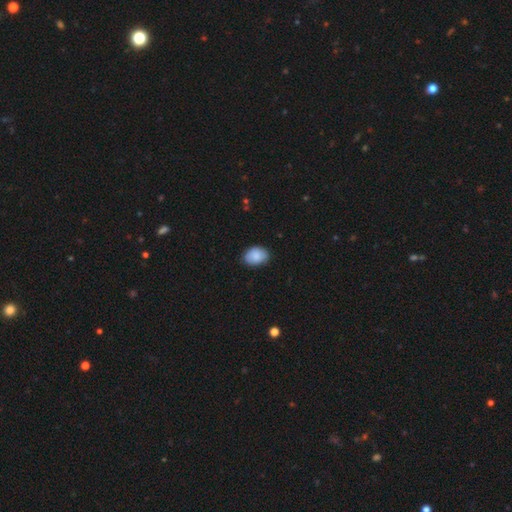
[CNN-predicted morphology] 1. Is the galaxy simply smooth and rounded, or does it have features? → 87% smooth, 7% star or artifact, 6% featured or disk.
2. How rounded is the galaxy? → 77% in between, 22% round, 1% cigar-shaped.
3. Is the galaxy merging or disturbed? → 85% none, 12% minor disturbance, 2% major disturbance, 1% merger.